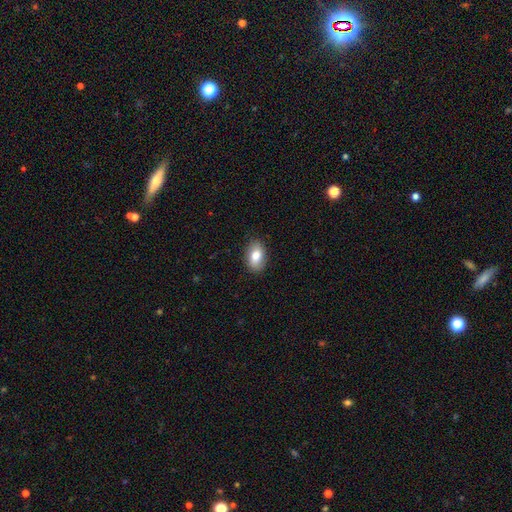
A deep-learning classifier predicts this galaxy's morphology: smooth 79%, featured or disk 14%, star or artifact 7%. Down the decision tree: how rounded — in between (90%); merging — none (86%).